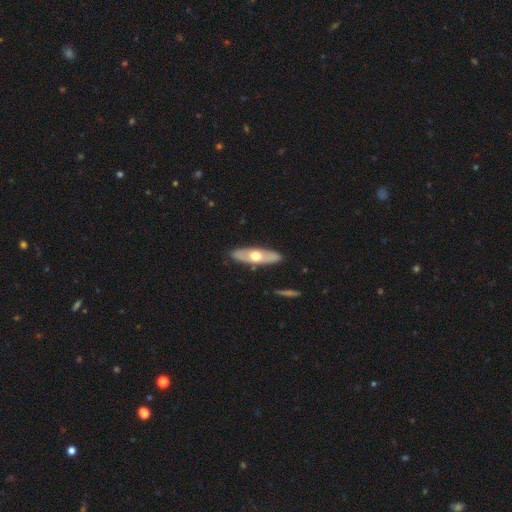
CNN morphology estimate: This appears to be a featured or disk galaxy (50%). Merging: none (87%).